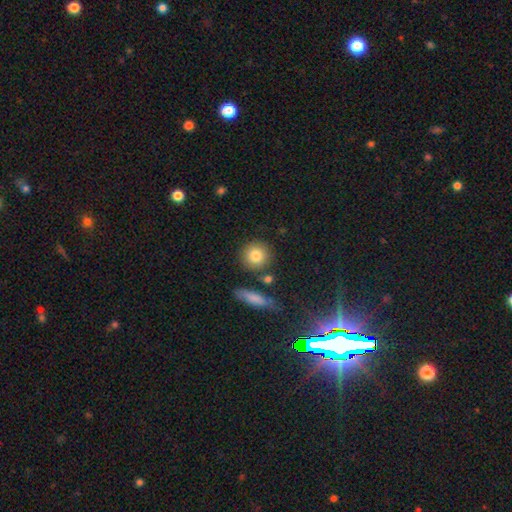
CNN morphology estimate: Smooth or featured? smooth (82%)
How rounded? round (90%)
Merging? none (82%)